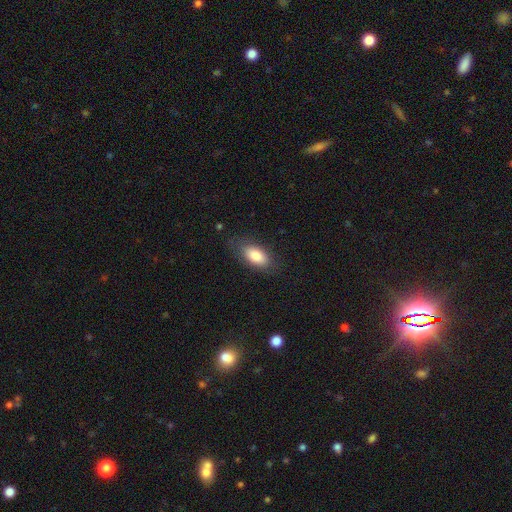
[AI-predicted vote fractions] This appears to be a smooth galaxy with no disk features (83%) that is in between round and cigar-shaped (89%). Merging: none (79%).